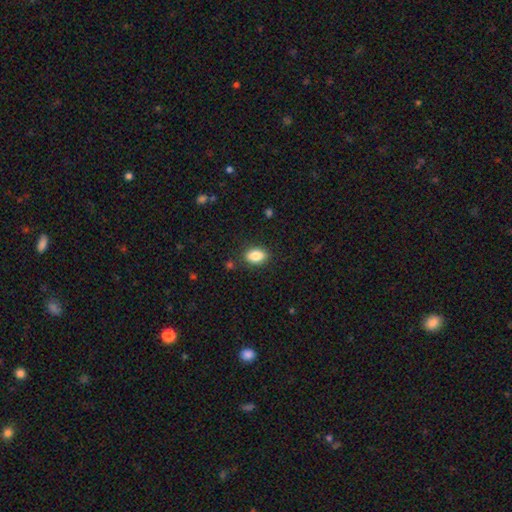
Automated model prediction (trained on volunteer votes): Overall: smooth (85%). How rounded: in between (85%). Merging: none (87%).